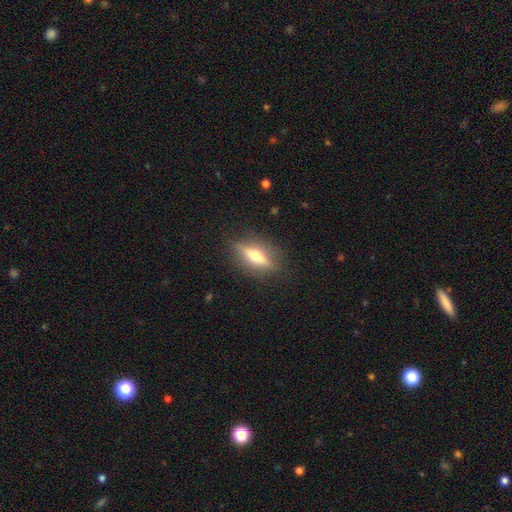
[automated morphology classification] Smooth or featured: featured or disk — 63% (smooth — 30%)
Edge-on disk: yes — 90% (no — 10%)
Edge-on bulge: rounded — 93% (boxy — 4%)
Merging: none — 85% (minor disturbance — 10%)